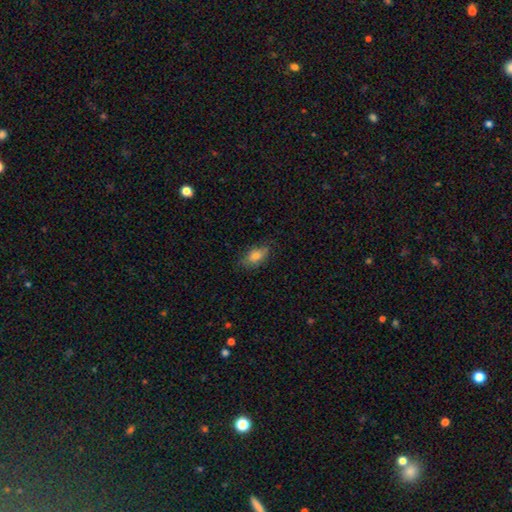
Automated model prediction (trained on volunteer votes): Smooth or featured? Predicted: smooth (p=0.75). How rounded? Predicted: in between (p=0.84). Merging? Predicted: none (p=0.74).